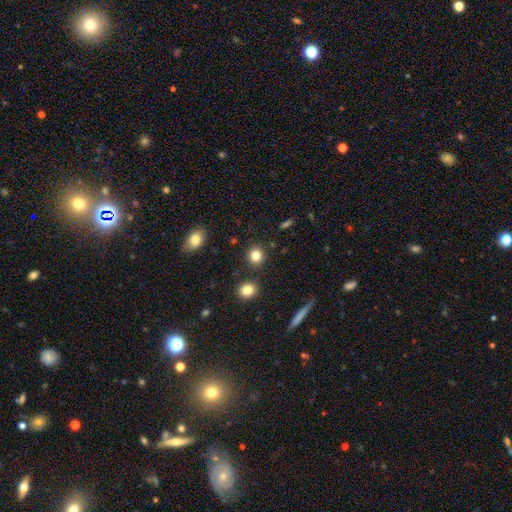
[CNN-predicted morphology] The model was most divided on "how rounded": round: 85%, in between: 14%, cigar-shaped: 1%. More confident: merging — none (87%); smooth or featured — smooth (83%).